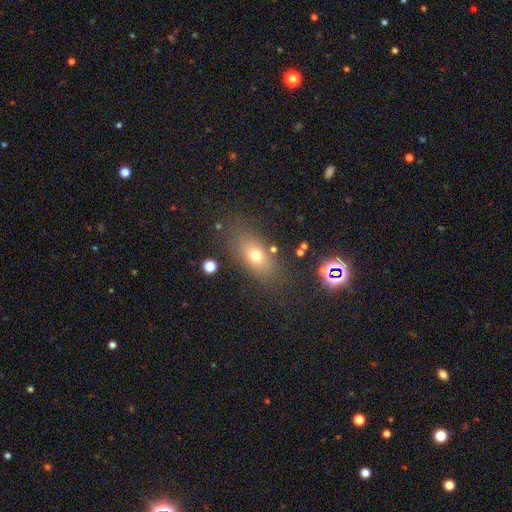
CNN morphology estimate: Smooth or featured? Predicted: smooth (p=0.68). How rounded? Predicted: in between (p=0.76). Merging? Predicted: none (p=0.77).